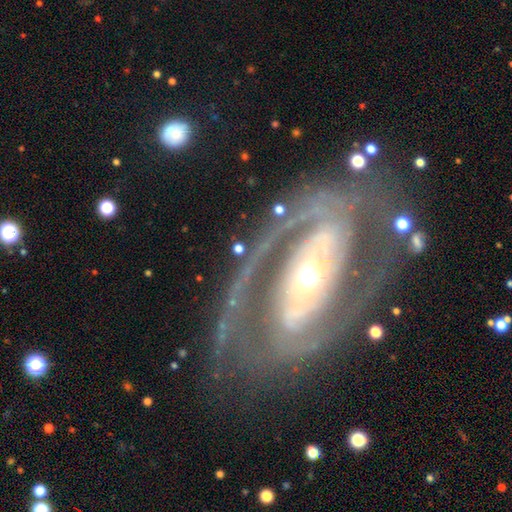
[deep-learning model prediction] Smooth or featured: featured or disk — 89% (smooth — 6%)
Edge-on disk: no — 95% (yes — 5%)
Bar: no — 39% (strong — 34%)
Spiral arms: yes — 92% (no — 8%)
Spiral winding: tight — 44% (medium — 41%)
Spiral arm count: 2 — 74% (can't tell — 9%)
Bulge size: moderate — 65% (small — 23%)
Merging: none — 68% (minor disturbance — 16%)